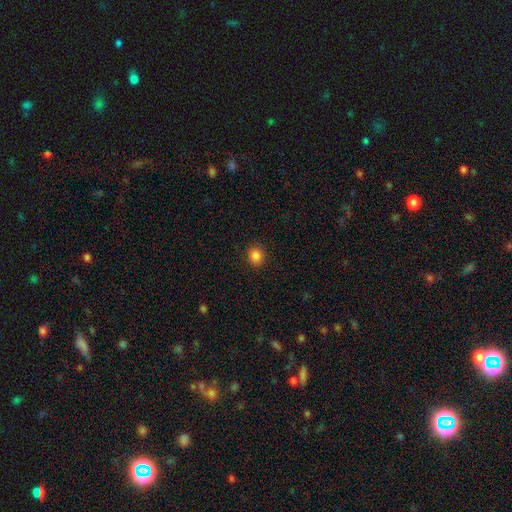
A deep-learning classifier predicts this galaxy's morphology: smooth-or-featured: smooth: 85% | star or artifact: 12% | featured or disk: 3%
  how-rounded: round: 81% | in between: 18% | cigar-shaped: 1%
  merging: none: 91% | minor disturbance: 6% | major disturbance: 2% | merger: 1%